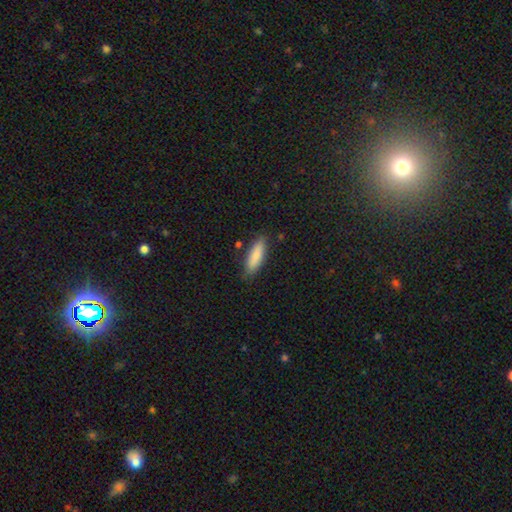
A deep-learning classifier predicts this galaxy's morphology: smooth 84%, featured or disk 10%, star or artifact 6%. Down the decision tree: how rounded — cigar-shaped (56%); merging — none (81%).